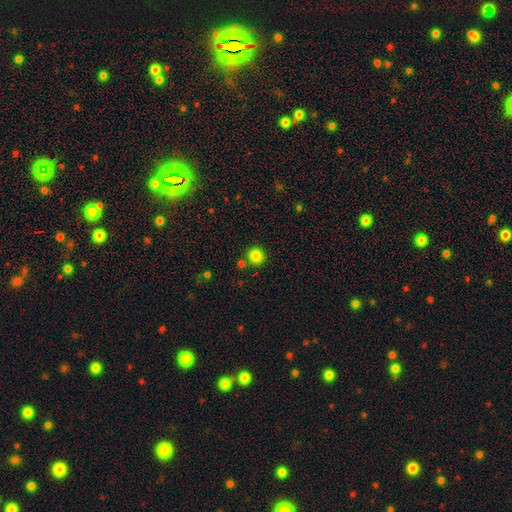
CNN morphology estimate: This is clearly a smooth galaxy (84%). How rounded: clearly round (93%). Merging: likely none (79%).